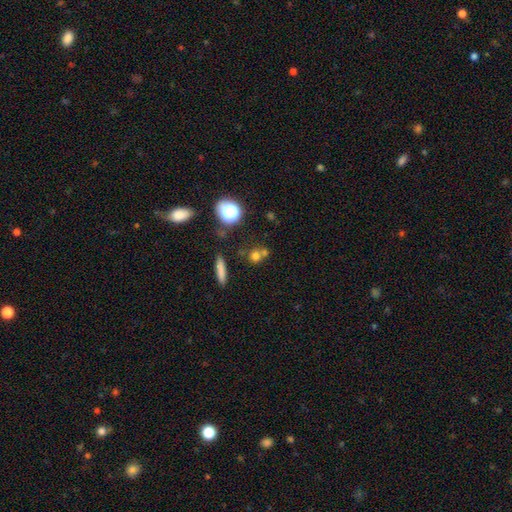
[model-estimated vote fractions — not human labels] Smooth or featured?
  - smooth: 67% *
  - star or artifact: 20%
  - featured or disk: 13%
How rounded?
  - round: 80% *
  - in between: 14%
  - cigar-shaped: 5%
Merging?
  - none: 50% *
  - merger: 37%
  - minor disturbance: 9%
  - major disturbance: 4%